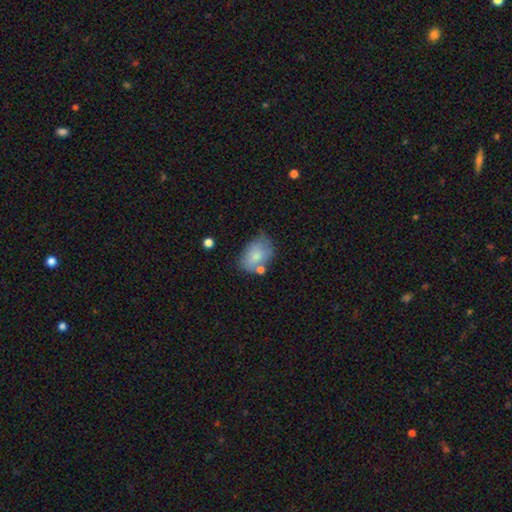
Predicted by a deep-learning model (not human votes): A smooth galaxy with no disk features (76%) that is in between round and cigar-shaped (81%).

Vote fractions:
- Smooth or featured? smooth: 76% / featured or disk: 16% / star or artifact: 8%
- How rounded? in between: 81% / round: 18% / cigar-shaped: 1%
- Merging? none: 49% / minor disturbance: 29% / merger: 13% / major disturbance: 10%